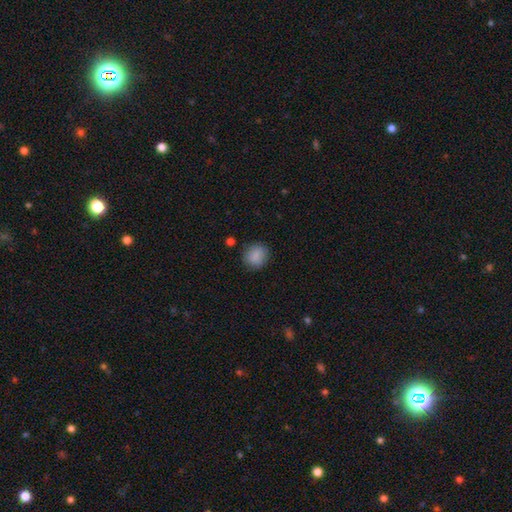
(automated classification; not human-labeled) A smooth galaxy with no disk features (87%) that is round (75%).

Vote fractions:
- Smooth or featured? smooth: 87% / star or artifact: 8% / featured or disk: 5%
- How rounded? round: 75% / in between: 24% / cigar-shaped: 1%
- Merging? none: 83% / minor disturbance: 12% / major disturbance: 3% / merger: 2%